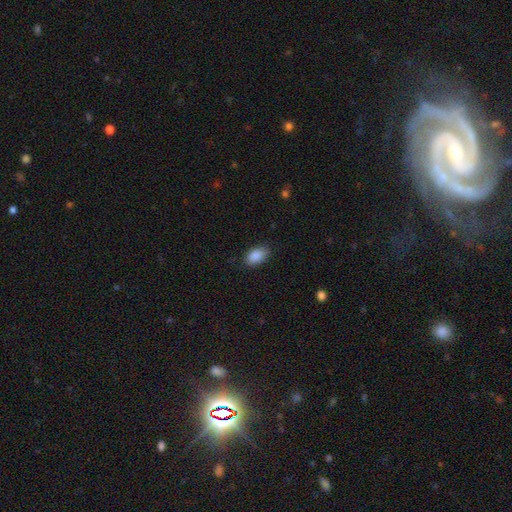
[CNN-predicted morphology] Smooth or featured: smooth — 89% (star or artifact — 7%)
How rounded: in between — 92% (round — 6%)
Merging: none — 83% (minor disturbance — 13%)